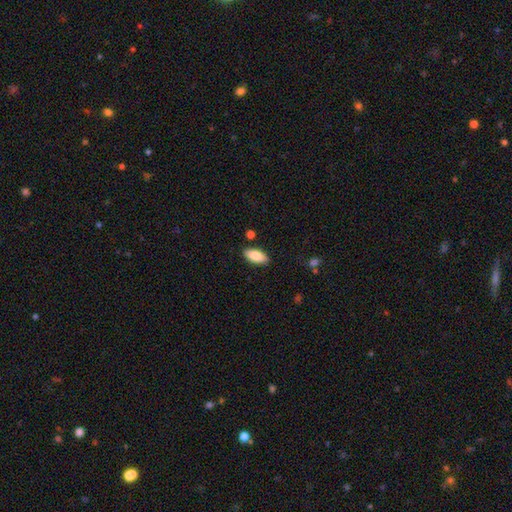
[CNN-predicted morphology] type=smooth (84%); roundness=in between (89%); merging=none (86%).